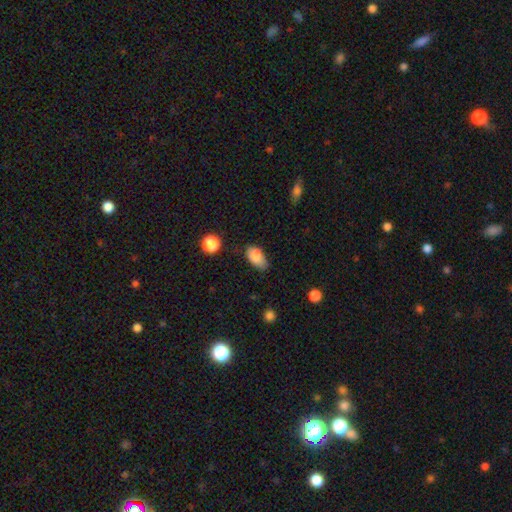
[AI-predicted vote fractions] This appears to be a smooth galaxy with no disk features (86%) that is in between round and cigar-shaped (92%). Merging: none (64%).